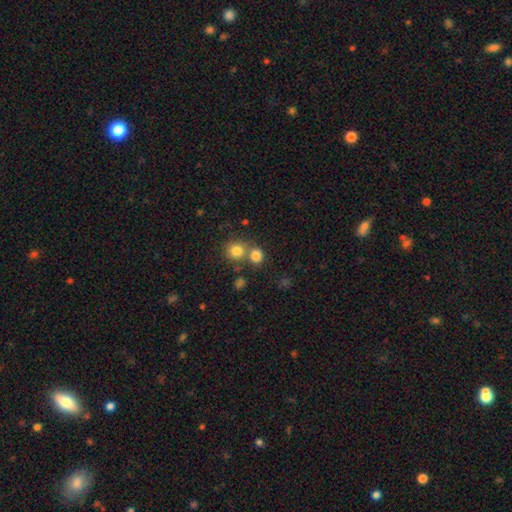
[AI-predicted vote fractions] A smooth galaxy with no disk features (80%) that is round (80%). Merging: none (56%).